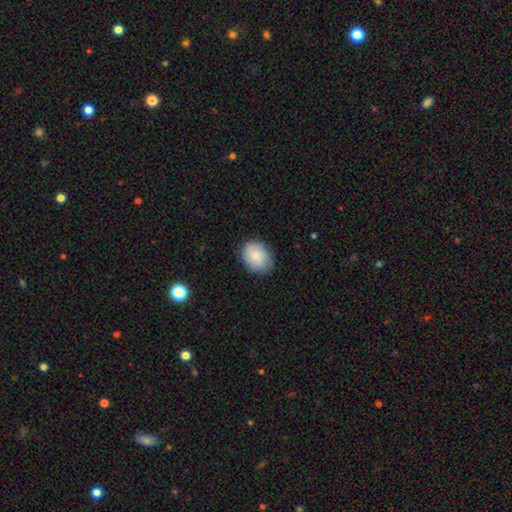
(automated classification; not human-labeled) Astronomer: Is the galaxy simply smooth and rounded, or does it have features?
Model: smooth — 83%.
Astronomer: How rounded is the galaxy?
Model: in between — 58% (runner-up: round, 41%).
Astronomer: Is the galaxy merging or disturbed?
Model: none — 81%.